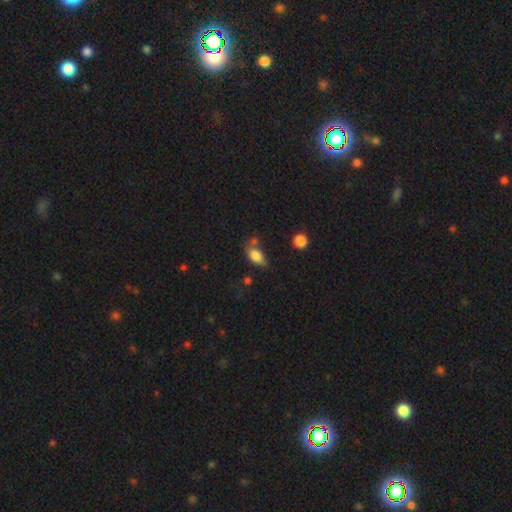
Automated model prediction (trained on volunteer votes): smooth_or_featured: smooth (p=0.81) [alt: featured or disk p=0.10]
how_rounded: in between (p=0.88) [alt: round p=0.07]
merging: none (p=0.51) [alt: minor disturbance p=0.25]